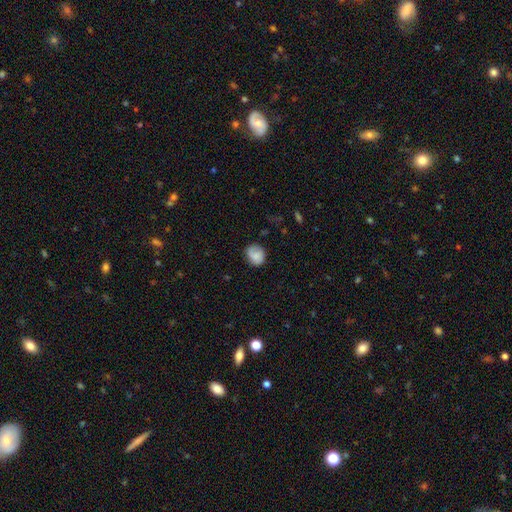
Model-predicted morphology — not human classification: This appears to be a smooth galaxy with no disk features (77%) that is round (66%). Merging: none (70%).